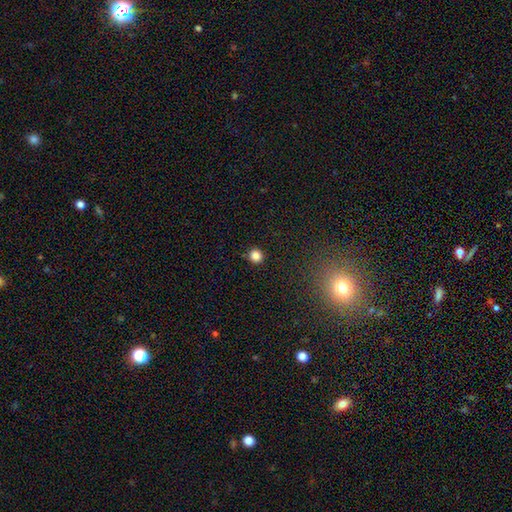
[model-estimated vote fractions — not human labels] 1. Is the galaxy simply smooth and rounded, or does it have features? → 84% smooth, 12% star or artifact, 4% featured or disk.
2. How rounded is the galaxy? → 93% round, 6% in between, 1% cigar-shaped.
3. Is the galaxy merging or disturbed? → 91% none, 5% minor disturbance, 2% major disturbance, 2% merger.